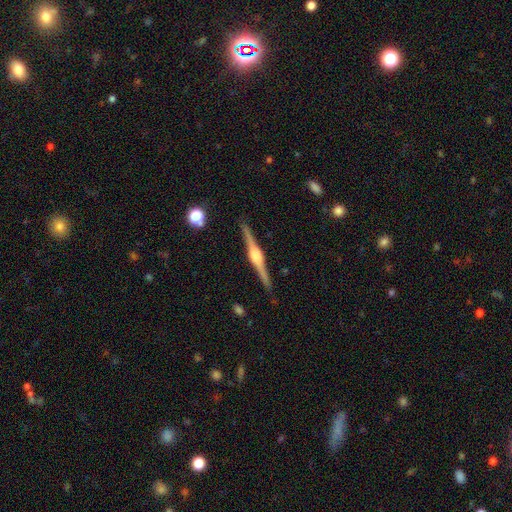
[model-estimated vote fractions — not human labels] smooth_or_featured: featured or disk (p=0.86) [alt: smooth p=0.09]
disk_edge_on: yes (p=0.98) [alt: no p=0.02]
edge_on_bulge: rounded (p=0.81) [alt: boxy p=0.17]
merging: none (p=0.90) [alt: minor disturbance p=0.07]